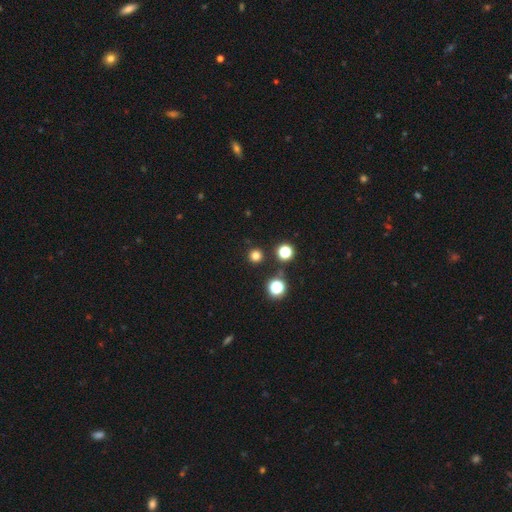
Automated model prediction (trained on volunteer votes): smooth_or_featured: smooth (p=0.76) [alt: star or artifact p=0.19]
how_rounded: round (p=0.96) [alt: in between p=0.03]
merging: none (p=0.90) [alt: minor disturbance p=0.05]